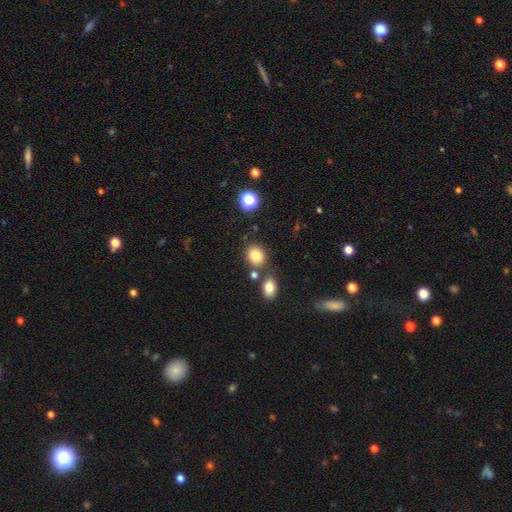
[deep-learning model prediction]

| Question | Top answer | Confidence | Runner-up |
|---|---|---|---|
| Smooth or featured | smooth | 82% | star or artifact (11%) |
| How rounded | round | 57% | in between (42%) |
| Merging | none | 71% | merger (14%) |